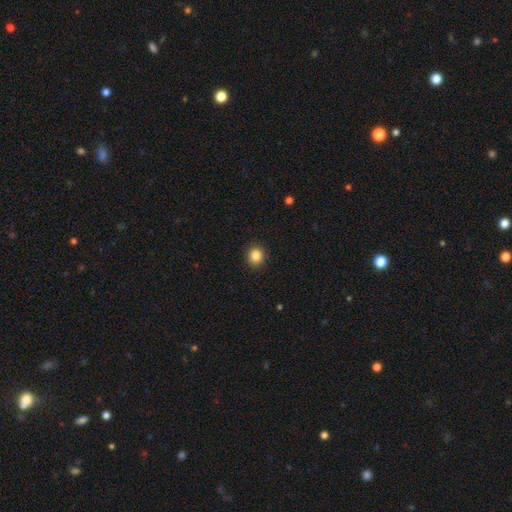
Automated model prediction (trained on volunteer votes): Q: Smooth or featured?
A: smooth (85%); runner-up: star or artifact (11%)
Q: How rounded?
A: round (83%); runner-up: in between (16%)
Q: Merging?
A: none (92%); runner-up: minor disturbance (5%)